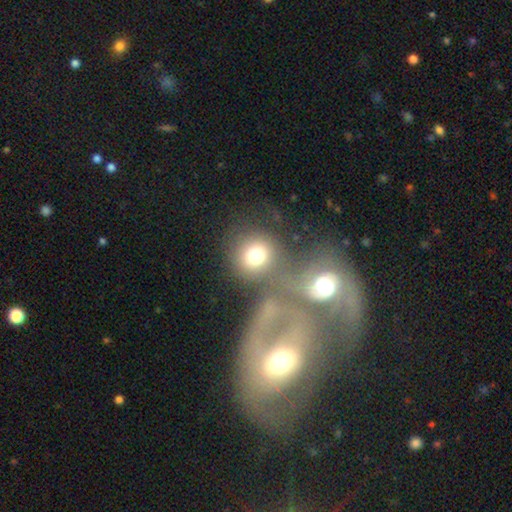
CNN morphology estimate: Smooth or featured: smooth — 72% (featured or disk — 14%)
How rounded: round — 84% (in between — 15%)
Merging: none — 55% (merger — 27%)